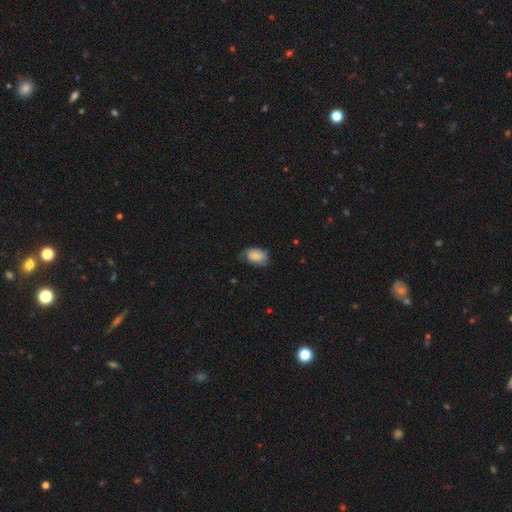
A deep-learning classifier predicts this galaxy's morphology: Overall: smooth (73%). How rounded: in between (87%). Merging: none (51%; minor disturbance 34%).